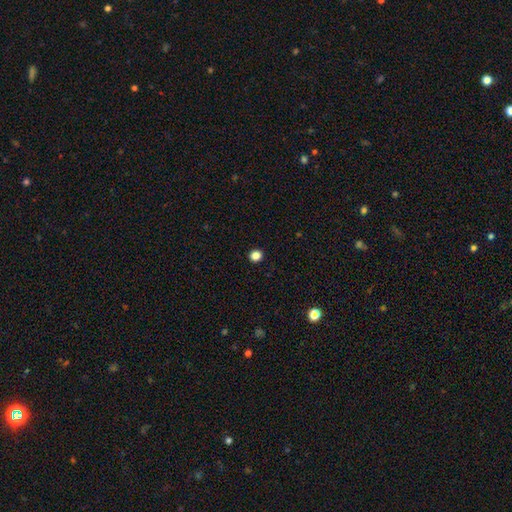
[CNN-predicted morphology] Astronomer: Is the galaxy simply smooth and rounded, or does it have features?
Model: smooth — 85%.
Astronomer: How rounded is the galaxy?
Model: round — 88%.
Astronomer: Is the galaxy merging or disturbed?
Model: none — 93%.